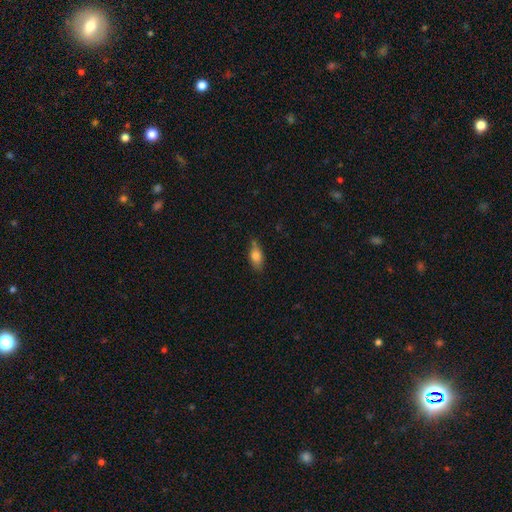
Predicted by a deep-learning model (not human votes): smooth 79%, featured or disk 13%, star or artifact 8%. Down the decision tree: how rounded — in between (84%); merging — none (65%).